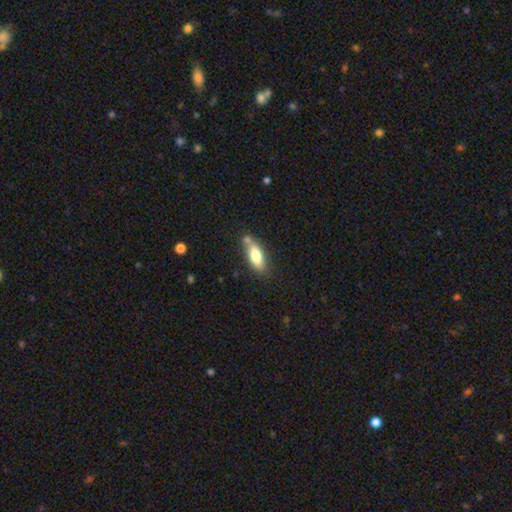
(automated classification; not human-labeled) This is likely a smooth galaxy (75%). How rounded: likely in between (74%). Merging: likely none (61%).